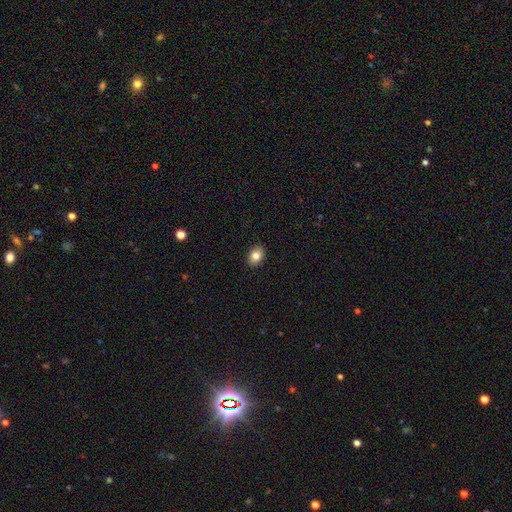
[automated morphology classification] A smooth galaxy with no disk features (84%) that is in between round and cigar-shaped (74%). Merging: none (91%).